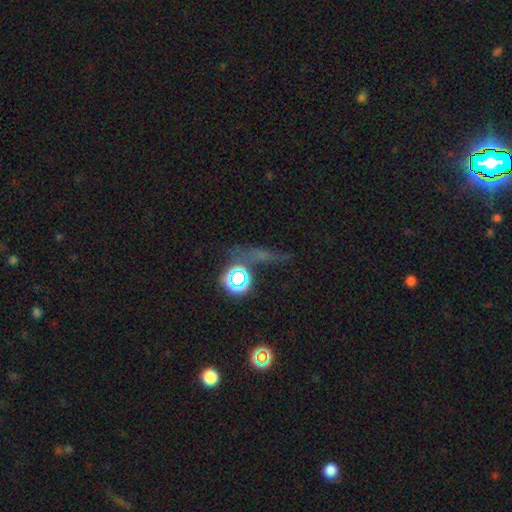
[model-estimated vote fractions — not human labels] Smooth or featured? star or artifact (44%)